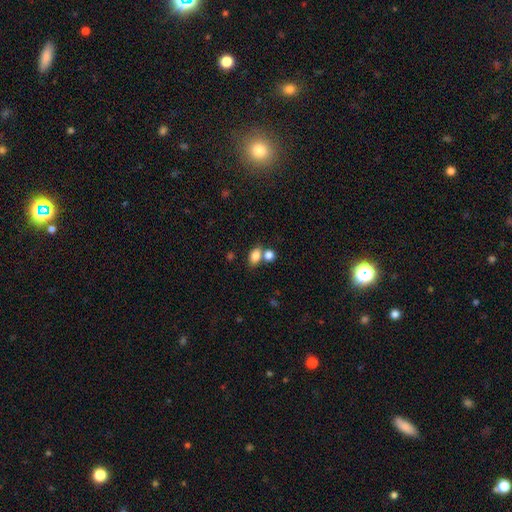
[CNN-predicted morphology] smooth_or_featured: smooth (p=0.82) [alt: star or artifact p=0.10]
how_rounded: in between (p=0.78) [alt: round p=0.20]
merging: none (p=0.49) [alt: merger p=0.36]